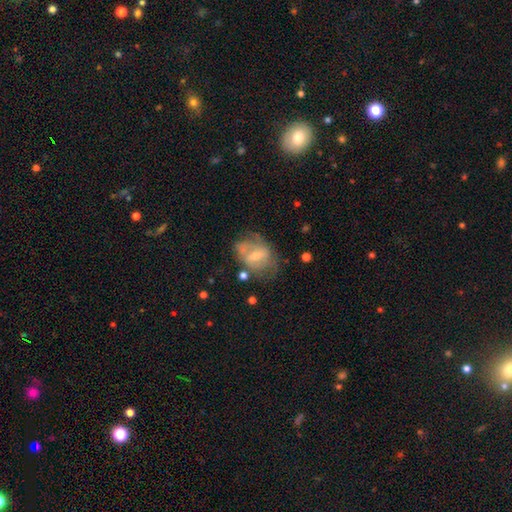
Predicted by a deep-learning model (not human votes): smooth-or-featured: featured or disk: 58% | smooth: 33% | star or artifact: 8%
  disk-edge-on: no: 95% | yes: 5%
    bar: weak: 48% | no: 29% | strong: 22%
    has-spiral-arms: yes: 54% | no: 46%
    bulge-size: small: 47% | moderate: 46% | none: 4% | large: 3% | dominant: 1%
  merging: none: 43% | minor disturbance: 28% | major disturbance: 23% | merger: 6%